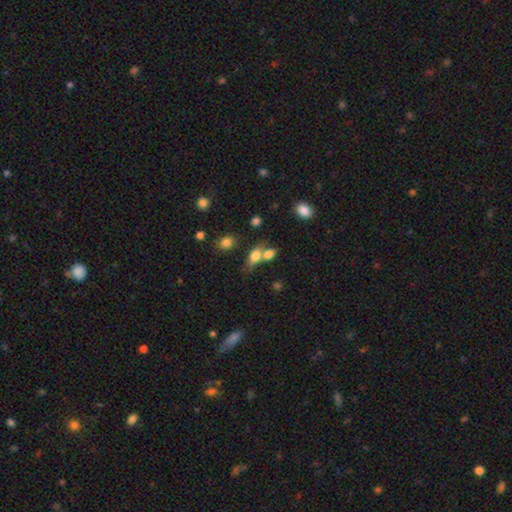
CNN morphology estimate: smooth-or-featured: smooth: 76% | featured or disk: 13% | star or artifact: 11%
  how-rounded: in between: 75% | round: 17% | cigar-shaped: 8%
  merging: merger: 52% | none: 32% | minor disturbance: 10% | major disturbance: 6%